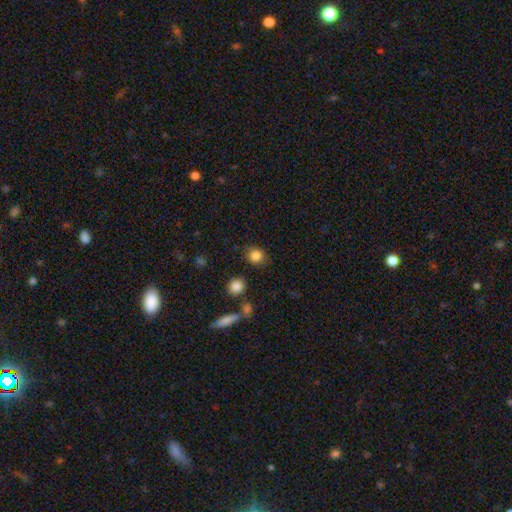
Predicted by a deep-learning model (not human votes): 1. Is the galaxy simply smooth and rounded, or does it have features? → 85% smooth, 11% star or artifact, 5% featured or disk.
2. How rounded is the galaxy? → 84% round, 15% in between, 1% cigar-shaped.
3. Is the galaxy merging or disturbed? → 85% none, 9% minor disturbance, 3% merger, 3% major disturbance.